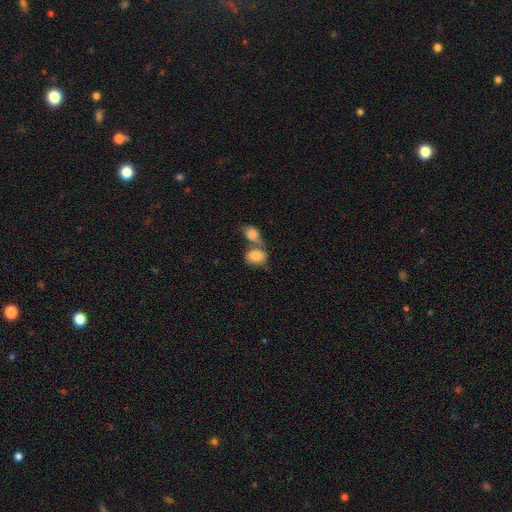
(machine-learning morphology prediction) Smooth or featured? smooth (79%)
How rounded? in between (70%)
Merging? merger (58%)